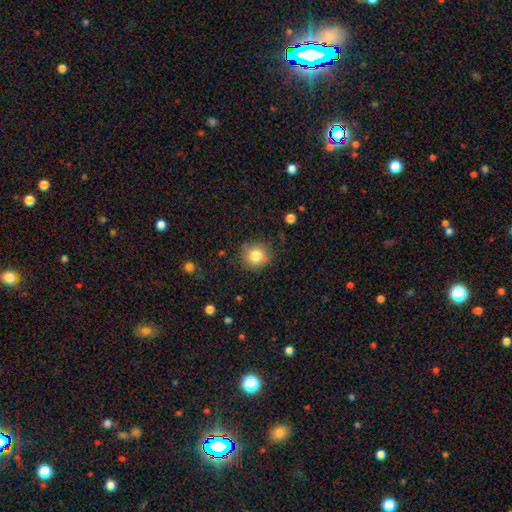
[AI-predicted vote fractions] Q: Smooth or featured?
A: smooth (81%); runner-up: star or artifact (11%)
Q: How rounded?
A: round (90%); runner-up: in between (9%)
Q: Merging?
A: none (83%); runner-up: minor disturbance (12%)